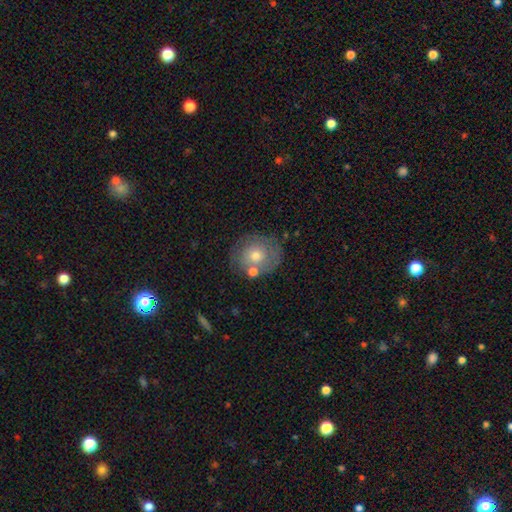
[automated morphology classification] A smooth galaxy with no disk features (55%) that is round (81%). Merging: none (68%).